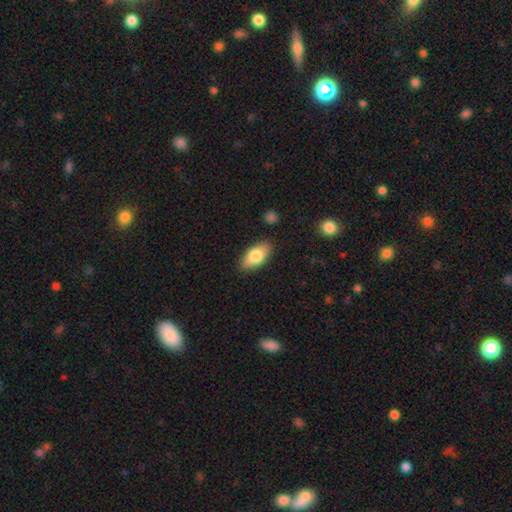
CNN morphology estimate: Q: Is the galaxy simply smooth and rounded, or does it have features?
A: smooth — 79%.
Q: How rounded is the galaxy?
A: in between — 91%.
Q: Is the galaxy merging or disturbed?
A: none — 86%.